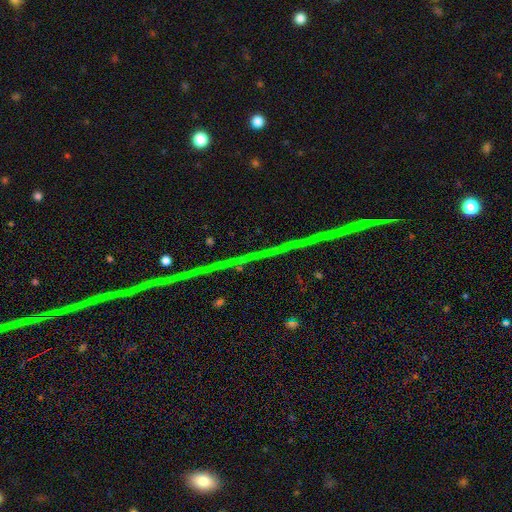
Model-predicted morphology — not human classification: smooth-or-featured: star or artifact: 82% | featured or disk: 11% | smooth: 7%